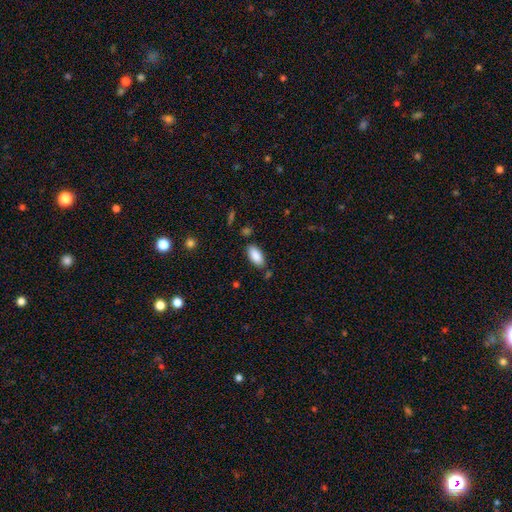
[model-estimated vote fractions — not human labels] smooth-or-featured: smooth: 88% | star or artifact: 7% | featured or disk: 5%
  how-rounded: in between: 89% | cigar-shaped: 9% | round: 2%
  merging: none: 81% | minor disturbance: 12% | merger: 3% | major disturbance: 3%